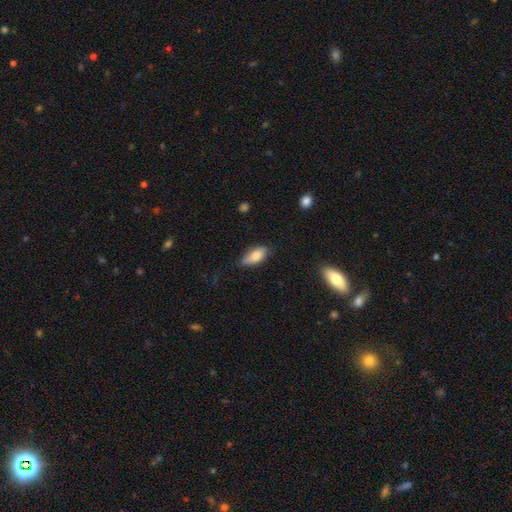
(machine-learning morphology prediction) Q: Smooth or featured?
A: smooth (72%); runner-up: featured or disk (22%)
Q: How rounded?
A: in between (81%); runner-up: cigar-shaped (16%)
Q: Merging?
A: none (74%); runner-up: minor disturbance (21%)